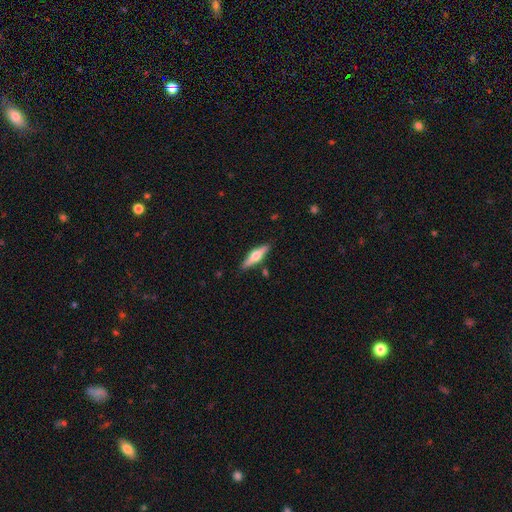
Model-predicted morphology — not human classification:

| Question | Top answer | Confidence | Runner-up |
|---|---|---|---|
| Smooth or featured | featured or disk | 59% | smooth (35%) |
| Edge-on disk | yes | 95% | no (5%) |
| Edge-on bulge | rounded | 94% | boxy (4%) |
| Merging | none | 87% | minor disturbance (9%) |